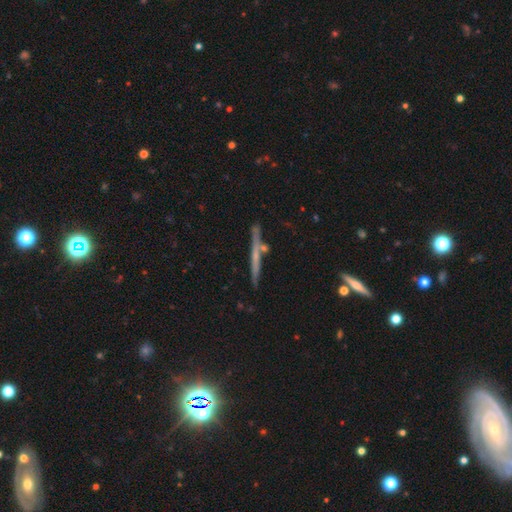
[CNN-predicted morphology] Q: Smooth or featured?
A: featured or disk (56%); runner-up: smooth (36%)
Q: Edge-on disk?
A: yes (96%); runner-up: no (4%)
Q: Edge-on bulge?
A: none (75%); runner-up: rounded (19%)
Q: Merging?
A: none (83%); runner-up: minor disturbance (10%)